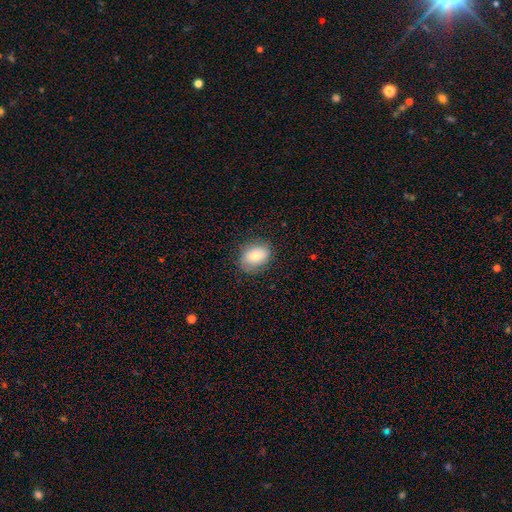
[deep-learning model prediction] Q: Smooth or featured?
A: smooth (78%); runner-up: featured or disk (14%)
Q: How rounded?
A: in between (72%); runner-up: round (26%)
Q: Merging?
A: none (81%); runner-up: minor disturbance (15%)